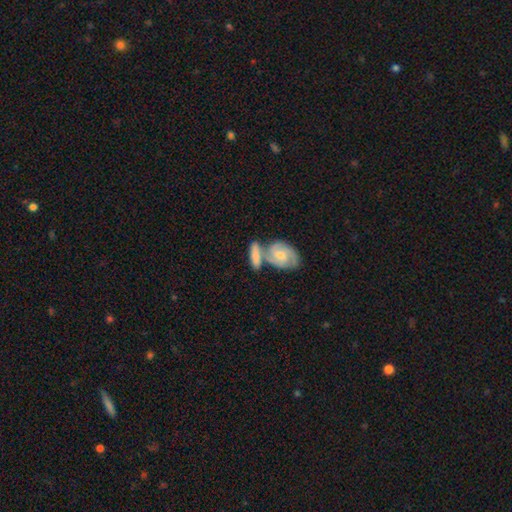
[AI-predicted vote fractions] Smooth or featured? Predicted: smooth (p=0.52). How rounded? Predicted: in between (p=0.66). Merging? Predicted: merger (p=0.50).